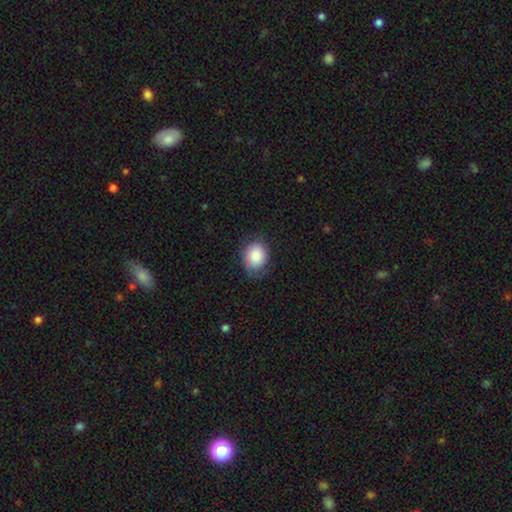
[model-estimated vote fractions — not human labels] A smooth galaxy with no disk features (83%) that is in between round and cigar-shaped (53%). Merging: none (72%).